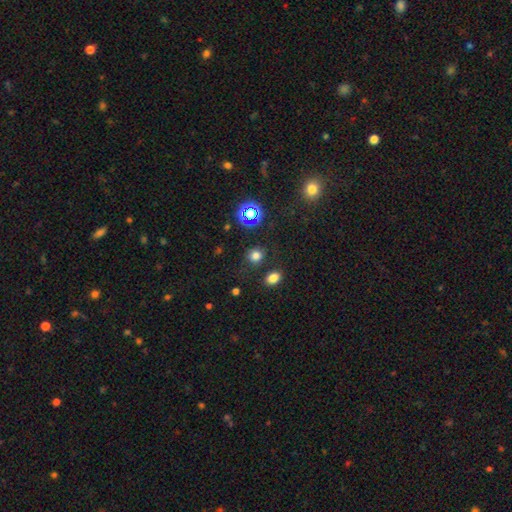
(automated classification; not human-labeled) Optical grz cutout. It shows a smooth galaxy with no disk features (74%) that is round (73%). Merging: none (79%).